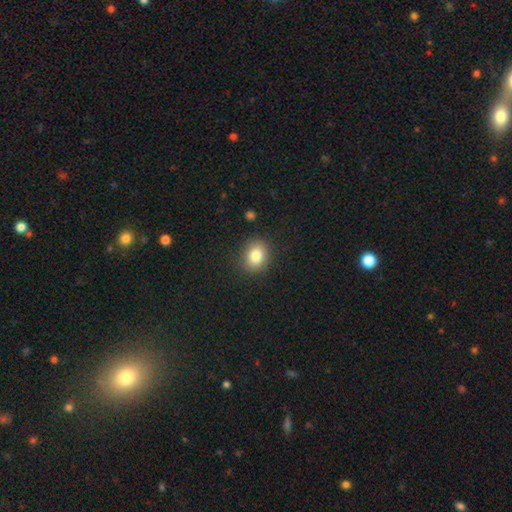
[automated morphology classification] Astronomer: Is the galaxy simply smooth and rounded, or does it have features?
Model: smooth — 82%.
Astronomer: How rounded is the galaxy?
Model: round — 53% (runner-up: in between, 46%).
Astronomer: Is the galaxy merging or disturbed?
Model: none — 87%.